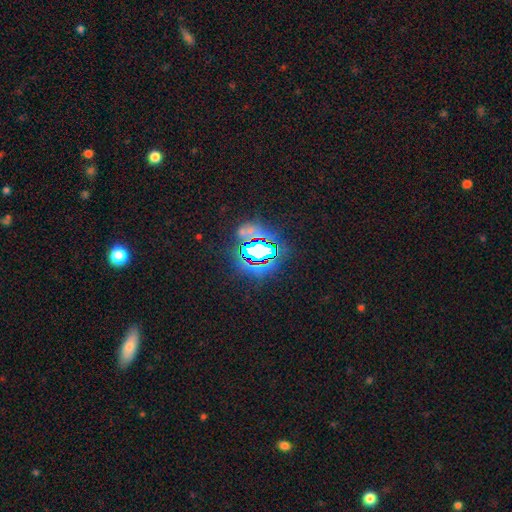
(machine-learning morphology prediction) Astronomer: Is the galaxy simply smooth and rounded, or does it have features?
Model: star or artifact — 72%.